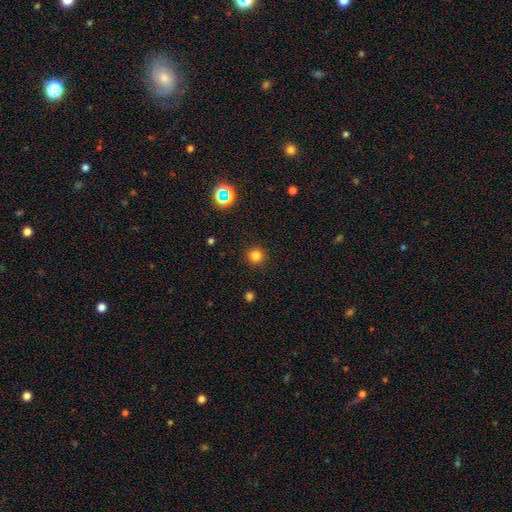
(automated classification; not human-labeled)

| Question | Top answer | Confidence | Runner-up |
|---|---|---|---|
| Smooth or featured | smooth | 81% | star or artifact (15%) |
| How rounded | round | 94% | in between (5%) |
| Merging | none | 91% | minor disturbance (6%) |